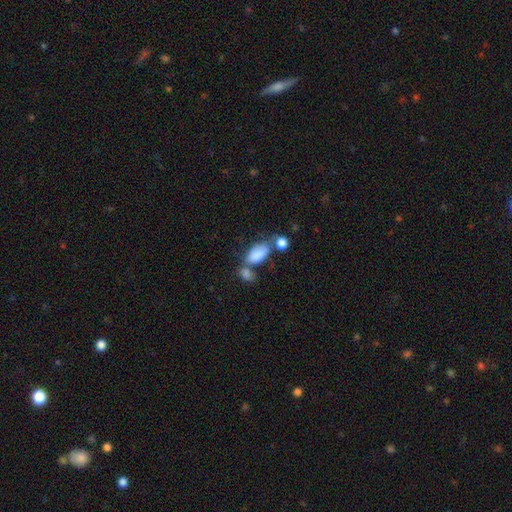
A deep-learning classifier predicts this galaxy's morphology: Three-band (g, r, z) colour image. It shows a smooth galaxy with no disk features (81%) that is in between round and cigar-shaped (92%). Merging: merger (42%).